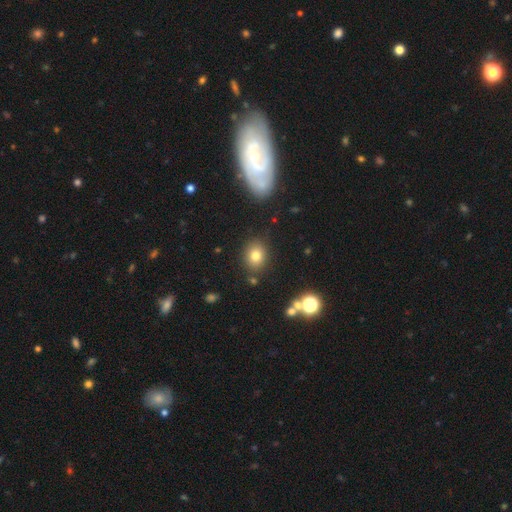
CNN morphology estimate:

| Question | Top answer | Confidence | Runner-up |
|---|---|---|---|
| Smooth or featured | smooth | 77% | star or artifact (13%) |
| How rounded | round | 56% | in between (43%) |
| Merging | none | 84% | minor disturbance (10%) |